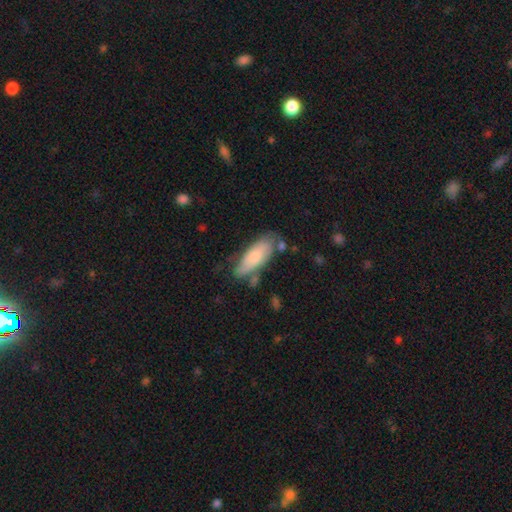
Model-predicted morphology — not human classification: Smooth or featured: smooth — 70% (featured or disk — 24%)
How rounded: in between — 71% (cigar-shaped — 28%)
Merging: none — 63% (minor disturbance — 24%)